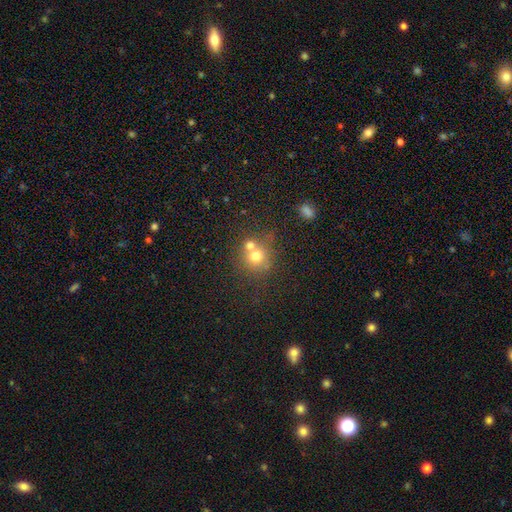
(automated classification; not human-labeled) Morphology: type=smooth (70%); roundness=round (86%); merging=none (45%).